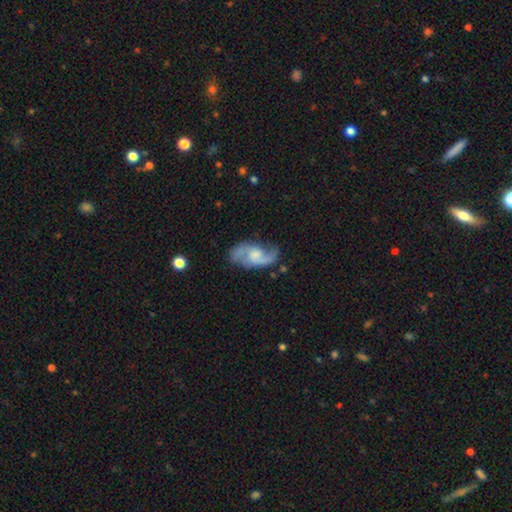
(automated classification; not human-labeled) Smooth or featured? Predicted: featured or disk (p=0.84). Edge-on disk? Predicted: no (p=0.97). Bar? Predicted: no (p=0.52). Spiral arms? Predicted: yes (p=0.96). Spiral winding? Predicted: medium (p=0.48). Spiral arm count? Predicted: 2 (p=0.90). Bulge size? Predicted: moderate (p=0.40). Merging? Predicted: none (p=0.71).